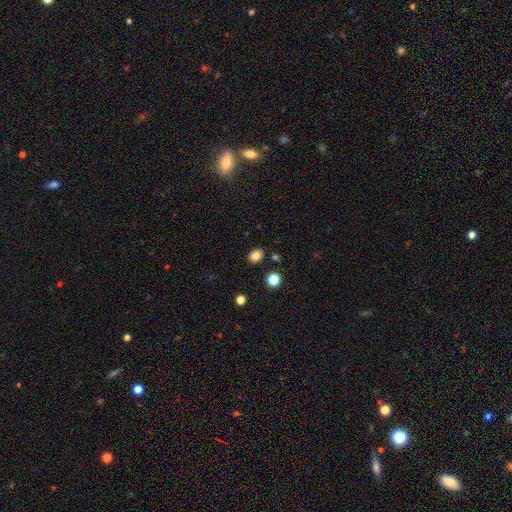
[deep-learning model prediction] The model was most divided on "how rounded": round: 57%, in between: 42%, cigar-shaped: 1%. More confident: merging — none (88%); smooth or featured — smooth (82%).